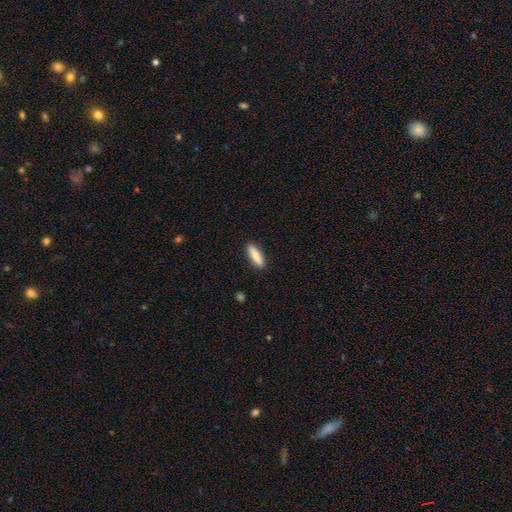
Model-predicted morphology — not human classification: This is clearly a smooth galaxy (83%). How rounded: likely cigar-shaped (63%). Merging: clearly none (90%).